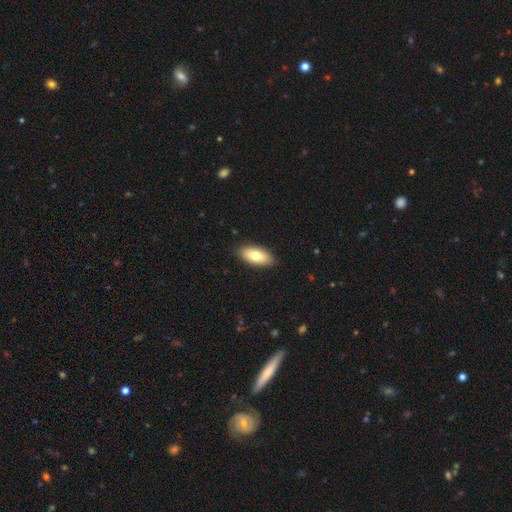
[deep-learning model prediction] A smooth galaxy with no disk features (77%) that is in between round and cigar-shaped (89%). Merging: none (88%).